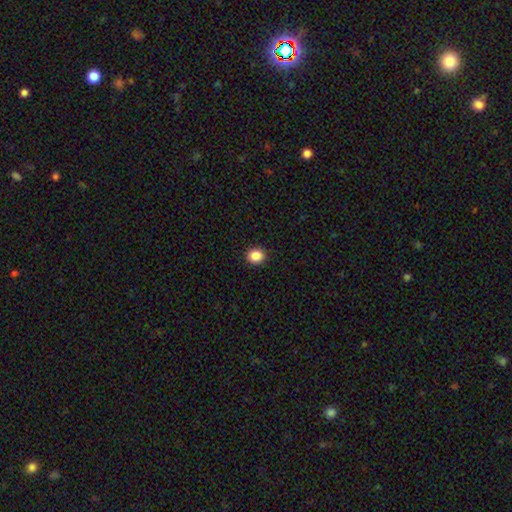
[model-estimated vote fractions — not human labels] Smooth or featured? smooth (87%)
How rounded? round (83%)
Merging? none (92%)